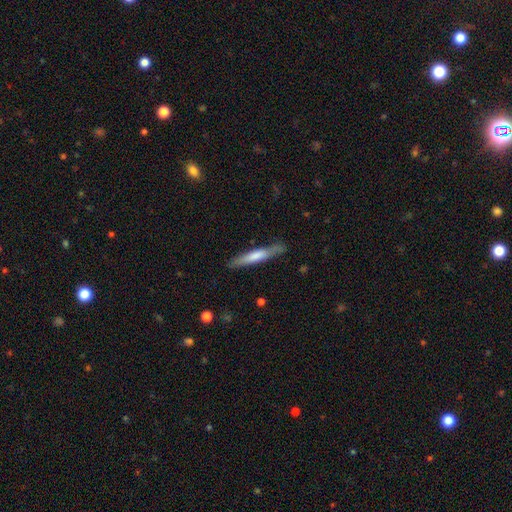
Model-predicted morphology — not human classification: type=smooth (50%); merging=none (84%).